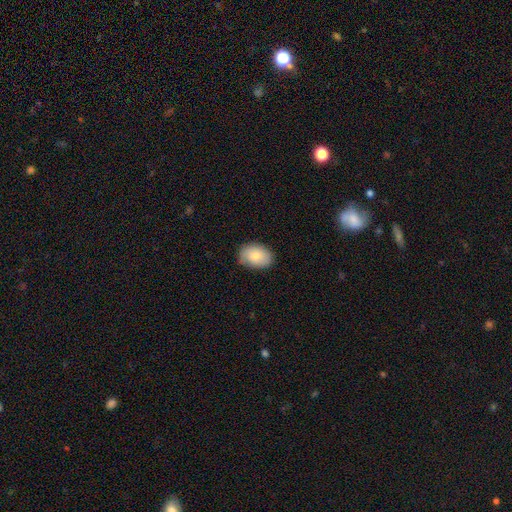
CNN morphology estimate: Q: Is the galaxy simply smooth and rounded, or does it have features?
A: smooth — 79%.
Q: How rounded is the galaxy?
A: in between — 79%.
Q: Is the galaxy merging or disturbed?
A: none — 79%.